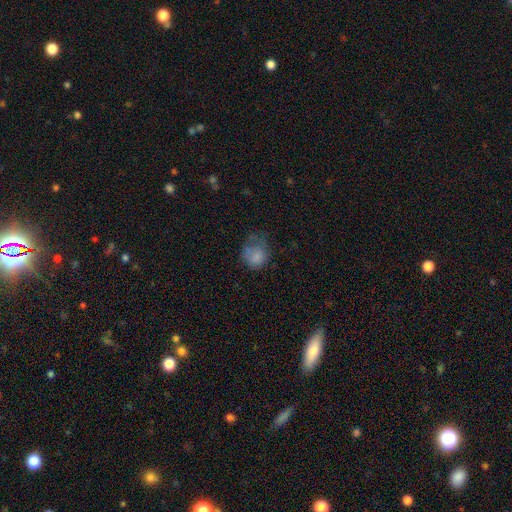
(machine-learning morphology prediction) Smooth or featured: smooth — 75% (featured or disk — 14%)
How rounded: round — 57% (in between — 42%)
Merging: major disturbance — 35% (none — 32%)